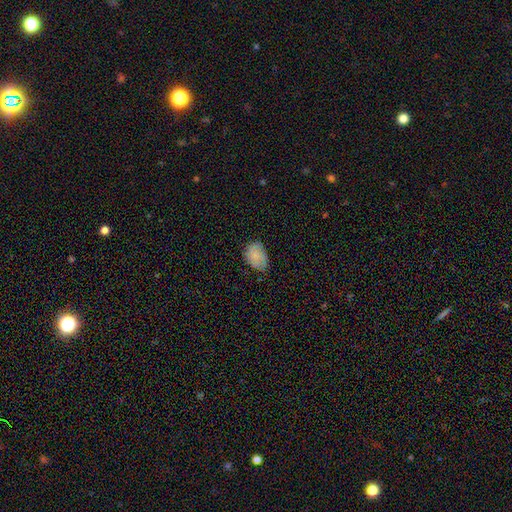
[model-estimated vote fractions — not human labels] A smooth galaxy with no disk features (78%) that is in between round and cigar-shaped (72%).

Vote fractions:
- Smooth or featured? smooth: 78% / featured or disk: 15% / star or artifact: 7%
- How rounded? in between: 72% / round: 27% / cigar-shaped: 1%
- Merging? none: 63% / minor disturbance: 31% / major disturbance: 5% / merger: 1%